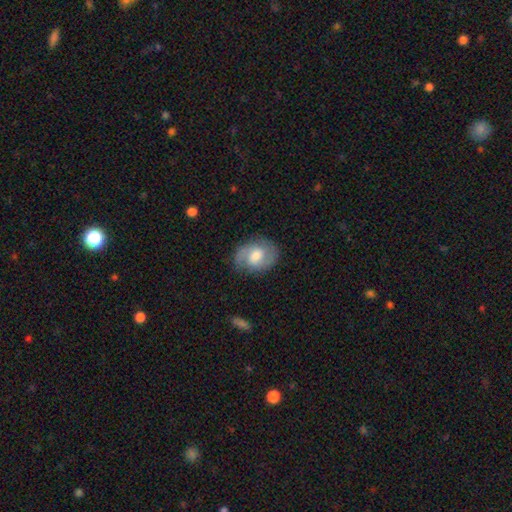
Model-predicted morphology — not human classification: featured or disk 64%, smooth 29%, star or artifact 6%. Down the decision tree: edge-on disk — no (97%); bar — weak (48%); spiral arms — yes (86%); spiral arm count — 2 (82%); spiral winding — medium (48%); bulge size — moderate (61%); merging — none (77%).